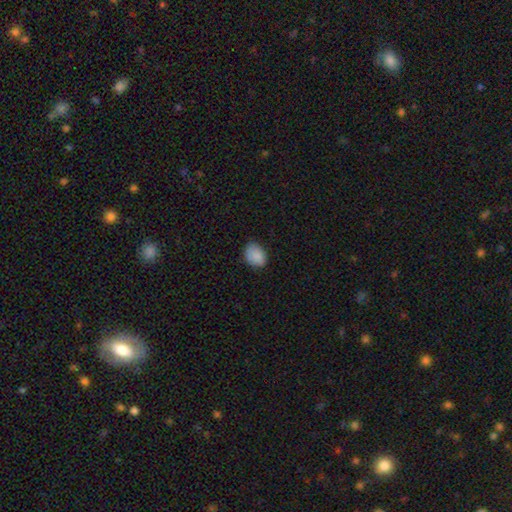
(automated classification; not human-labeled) smooth 87%, star or artifact 8%, featured or disk 5%. Down the decision tree: how rounded — in between (69%); merging — none (73%).